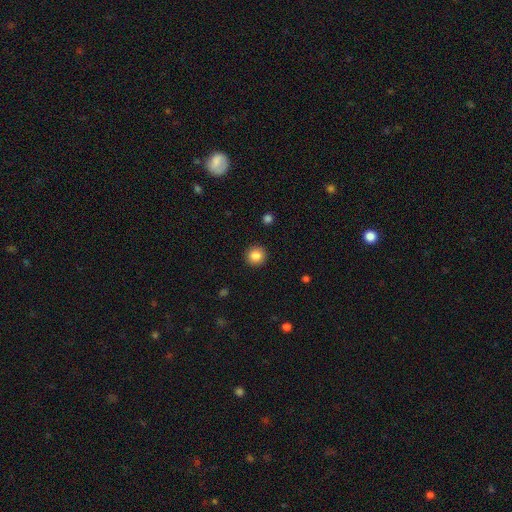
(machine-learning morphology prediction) Smooth or featured: smooth — 85% (star or artifact — 10%)
How rounded: round — 94% (in between — 5%)
Merging: none — 93% (minor disturbance — 5%)